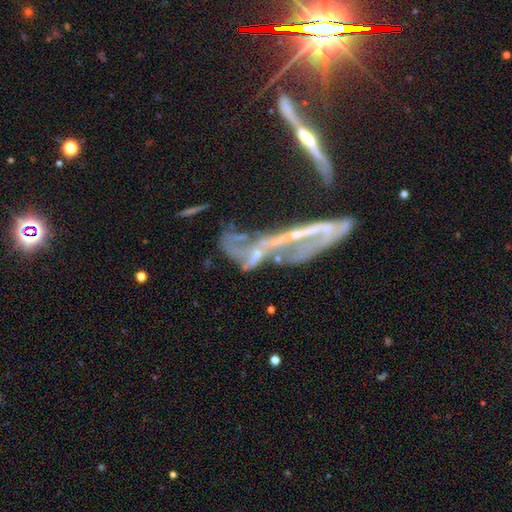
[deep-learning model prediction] The model was most divided on "bulge size": none: 47%, small: 30%, moderate: 17%, large: 3%, dominant: 2%. Remaining: edge-on disk — no (82%); bar — no (72%); spiral arms — no (69%); smooth or featured — featured or disk (62%); merging — merger (50%).